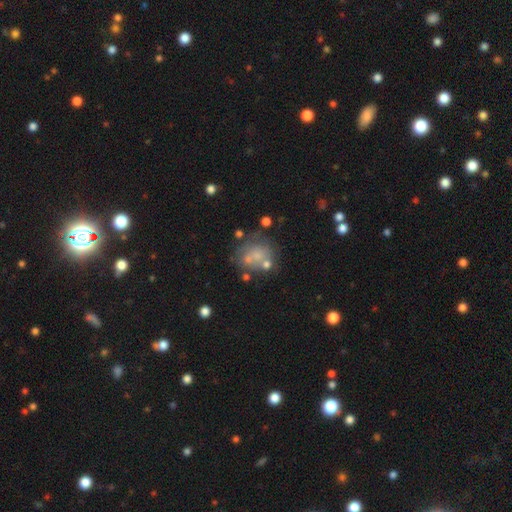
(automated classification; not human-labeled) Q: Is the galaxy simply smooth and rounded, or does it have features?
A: smooth — 50%.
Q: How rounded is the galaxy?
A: round — 68%.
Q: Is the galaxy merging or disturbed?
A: none — 46%.